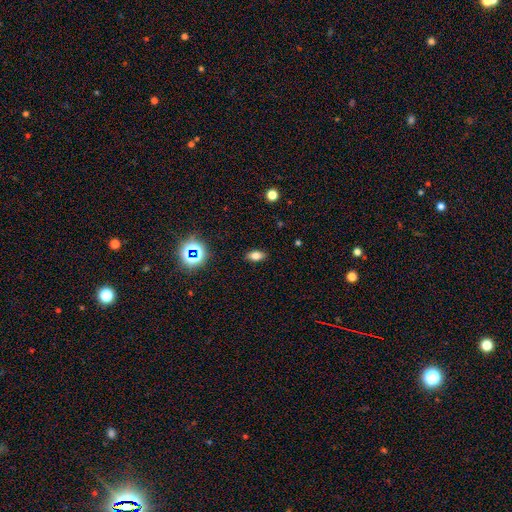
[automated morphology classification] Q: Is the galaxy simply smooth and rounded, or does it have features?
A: smooth — 73%.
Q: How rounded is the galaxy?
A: in between — 85%.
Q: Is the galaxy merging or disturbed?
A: none — 87%.